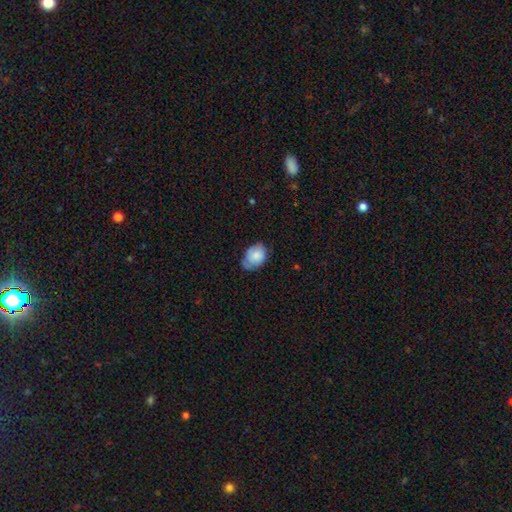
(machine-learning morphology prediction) type=smooth (72%); roundness=in between (73%); merging=none (50%).